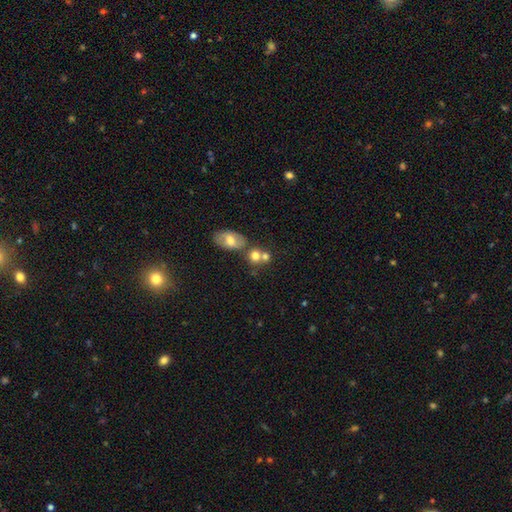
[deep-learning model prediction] Smooth or featured: smooth — 75% (featured or disk — 15%)
How rounded: round — 71% (in between — 28%)
Merging: none — 46% (merger — 41%)